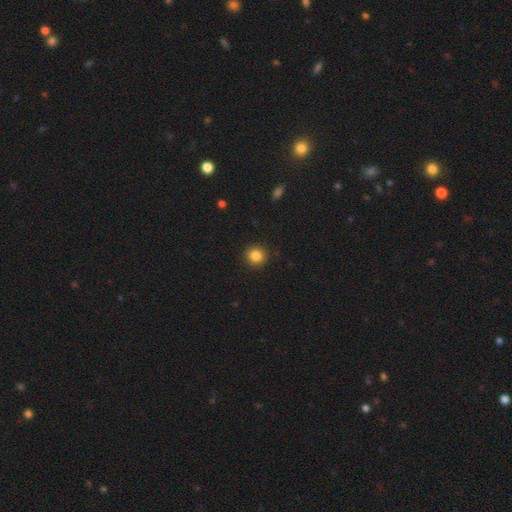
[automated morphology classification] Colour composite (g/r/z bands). It shows a smooth galaxy with no disk features (85%) that is round (94%). Merging: none (92%).